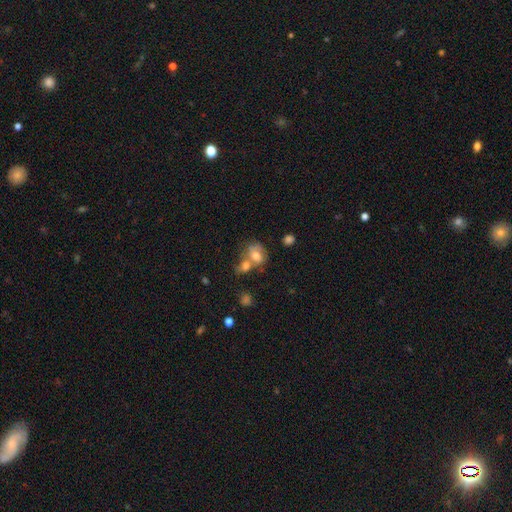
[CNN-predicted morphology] Smooth or featured: smooth — 65% (featured or disk — 25%)
How rounded: round — 50% (in between — 49%)
Merging: merger — 54% (none — 27%)